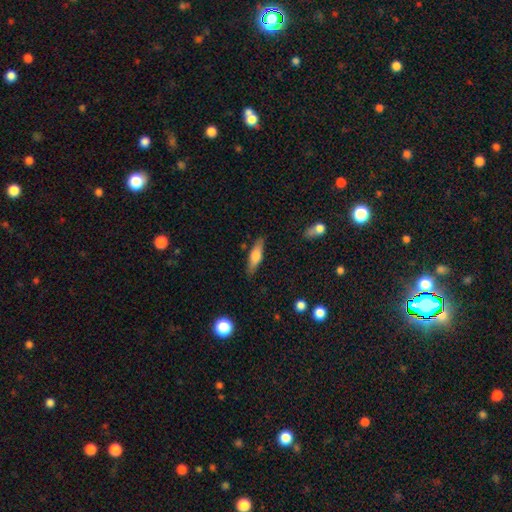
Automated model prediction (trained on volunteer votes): Smooth or featured? Predicted: smooth (p=0.57). How rounded? Predicted: cigar-shaped (p=0.62). Merging? Predicted: none (p=0.86).